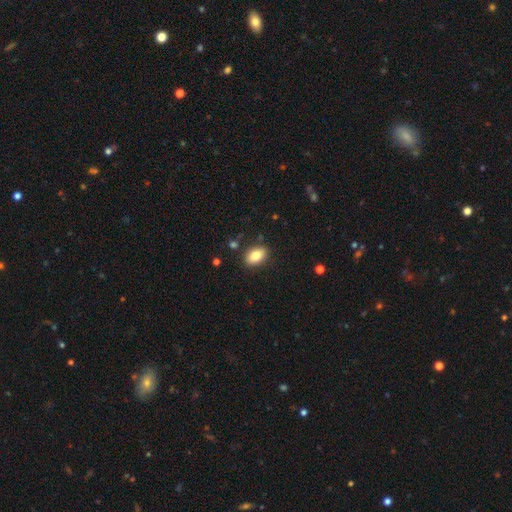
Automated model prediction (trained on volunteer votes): smooth_or_featured: smooth (p=0.82) [alt: featured or disk p=0.10]
how_rounded: in between (p=0.85) [alt: round p=0.13]
merging: none (p=0.87) [alt: minor disturbance p=0.09]